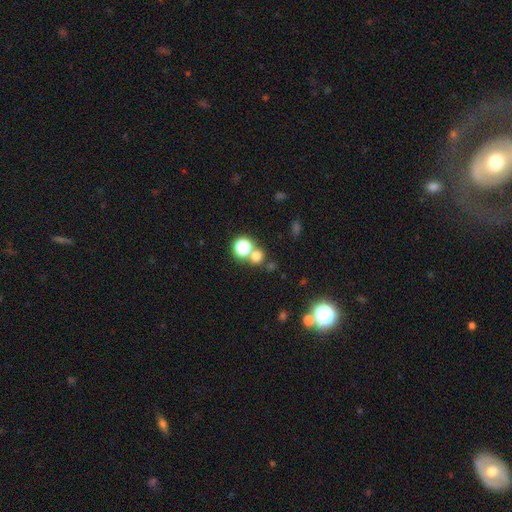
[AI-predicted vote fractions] Q: Smooth or featured?
A: smooth (67%); runner-up: star or artifact (26%)
Q: How rounded?
A: round (86%); runner-up: in between (13%)
Q: Merging?
A: none (61%); runner-up: merger (28%)